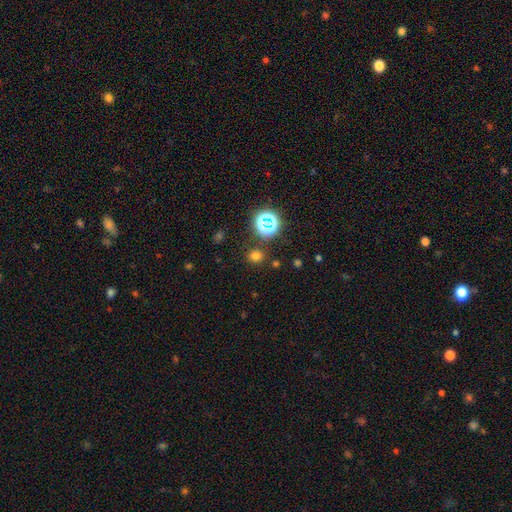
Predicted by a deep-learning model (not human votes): A smooth galaxy with no disk features (69%) that is round (82%). Merging: none (85%).